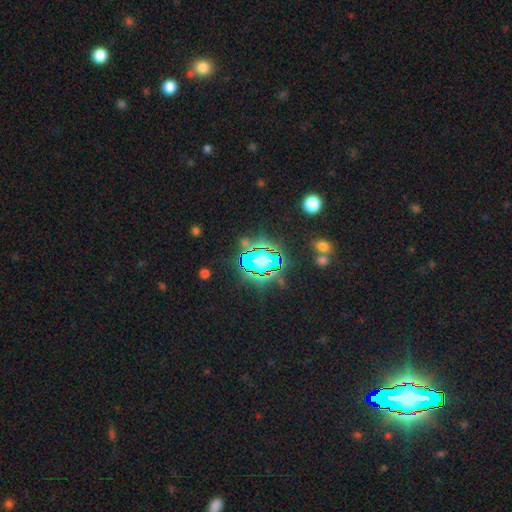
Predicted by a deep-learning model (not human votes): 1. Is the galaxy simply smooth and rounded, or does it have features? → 81% star or artifact, 11% smooth, 8% featured or disk.